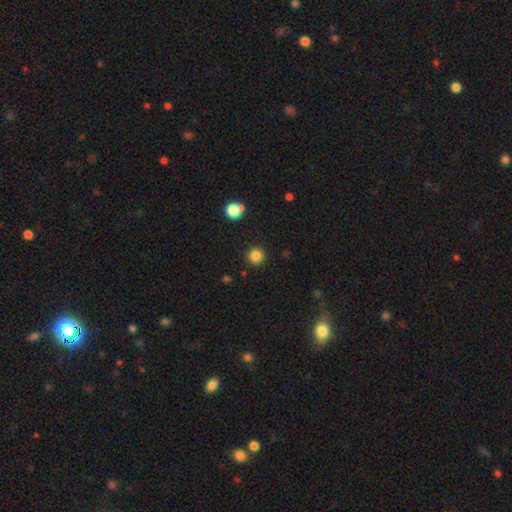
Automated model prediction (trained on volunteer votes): Smooth or featured?
  - smooth: 84% *
  - star or artifact: 12%
  - featured or disk: 4%
How rounded?
  - round: 95% *
  - in between: 4%
  - cigar-shaped: 1%
Merging?
  - none: 91% *
  - minor disturbance: 5%
  - merger: 2%
  - major disturbance: 2%